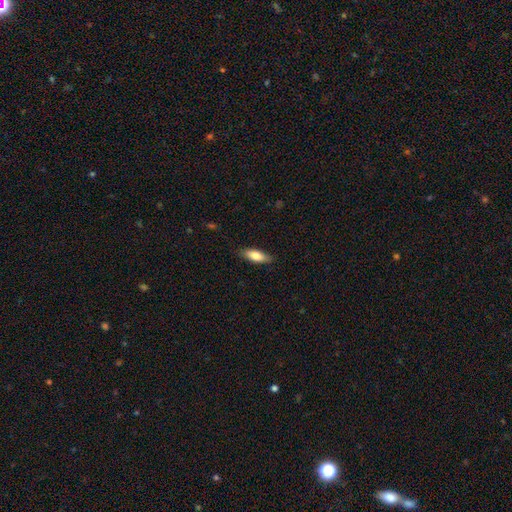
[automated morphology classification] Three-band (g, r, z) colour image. It shows a smooth galaxy with no disk features (80%) that is in between round and cigar-shaped (67%). Merging: none (85%).